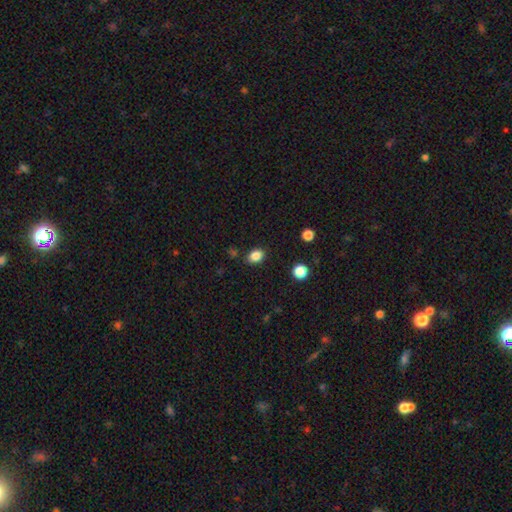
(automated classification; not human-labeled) smooth_or_featured: smooth (p=0.85) [alt: star or artifact p=0.11]
how_rounded: in between (p=0.67) [alt: round p=0.32]
merging: none (p=0.85) [alt: minor disturbance p=0.10]